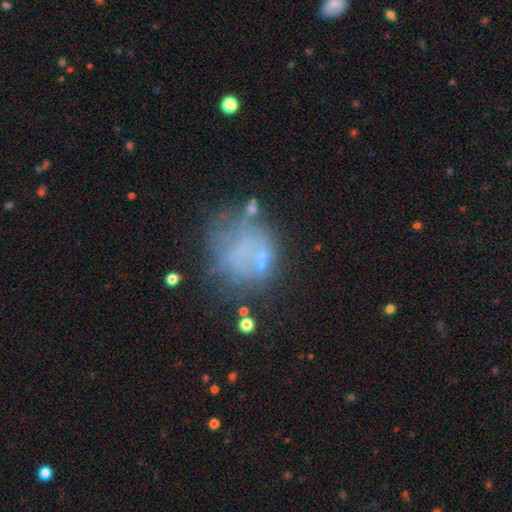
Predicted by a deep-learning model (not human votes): Q: Smooth or featured?
A: featured or disk (45%); runner-up: smooth (35%)
Q: Merging?
A: none (46%); runner-up: major disturbance (23%)